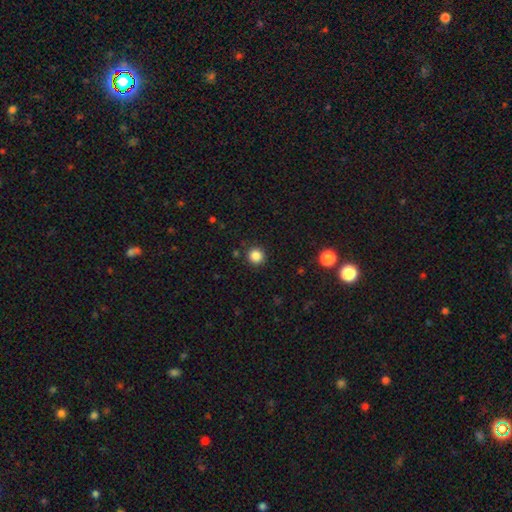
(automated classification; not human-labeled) Q: Smooth or featured?
A: smooth (86%); runner-up: star or artifact (11%)
Q: How rounded?
A: round (94%); runner-up: in between (5%)
Q: Merging?
A: none (90%); runner-up: minor disturbance (6%)